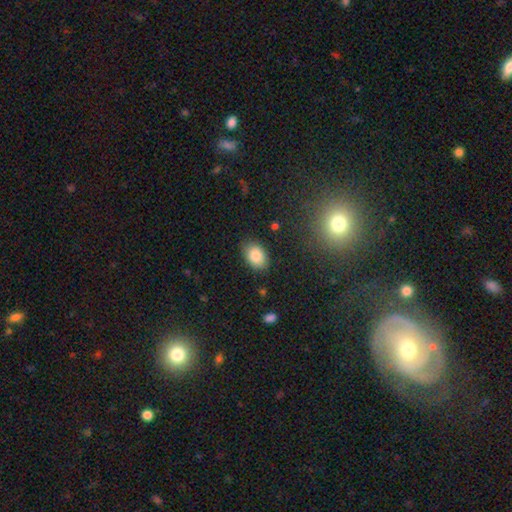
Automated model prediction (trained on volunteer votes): The model was most divided on "how rounded": in between: 85%, round: 14%, cigar-shaped: 1%. More confident: smooth or featured — smooth (85%); merging — none (84%).